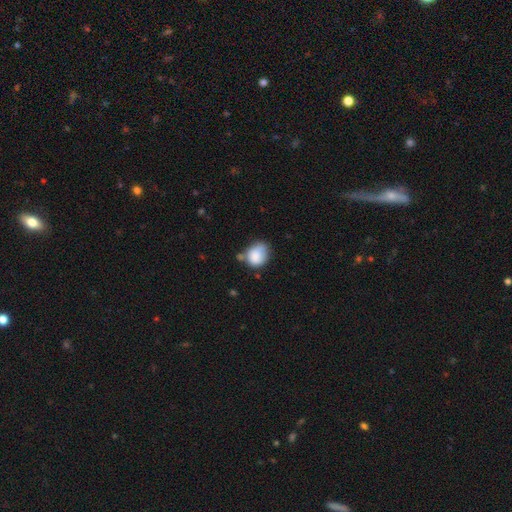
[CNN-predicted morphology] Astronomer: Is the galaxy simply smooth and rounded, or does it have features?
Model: smooth — 84%.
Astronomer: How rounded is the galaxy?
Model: round — 55% (runner-up: in between, 44%).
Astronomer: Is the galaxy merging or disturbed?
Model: none — 46% (runner-up: minor disturbance, 31%).